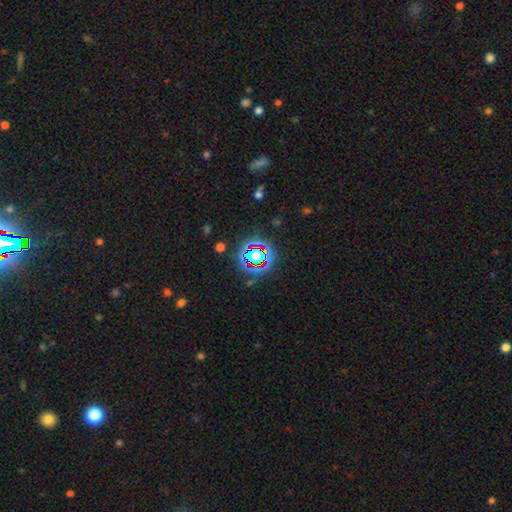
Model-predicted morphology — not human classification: Smooth or featured? Predicted: star or artifact (p=0.66).